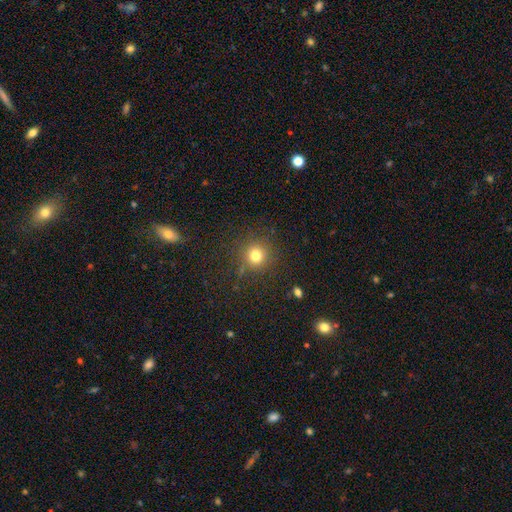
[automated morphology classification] A smooth galaxy with no disk features (78%) that is round (93%).

Vote fractions:
- Smooth or featured? smooth: 78% / star or artifact: 16% / featured or disk: 6%
- How rounded? round: 93% / in between: 6% / cigar-shaped: 1%
- Merging? none: 86% / minor disturbance: 8% / major disturbance: 3% / merger: 2%